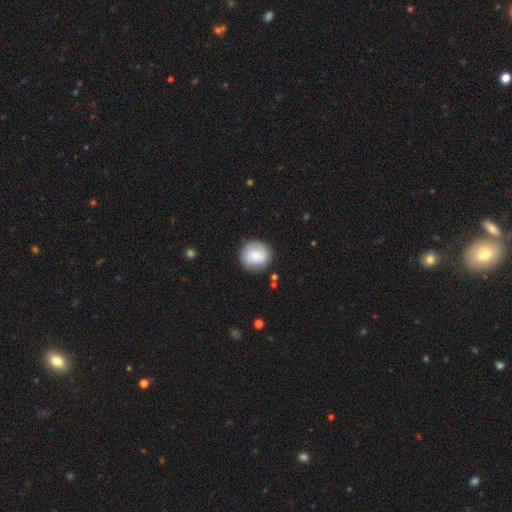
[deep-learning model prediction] The model was most divided on "smooth or featured": smooth: 69%, featured or disk: 24%, star or artifact: 7%. More confident: how rounded — round (90%); merging — none (83%).